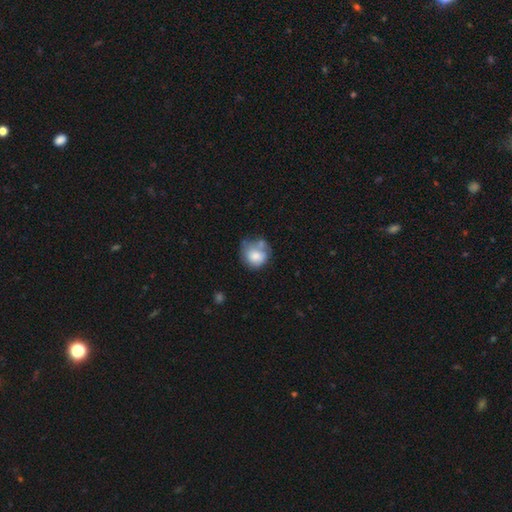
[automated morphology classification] A smooth galaxy with no disk features (71%) that is round (77%). Merging: none (40%).